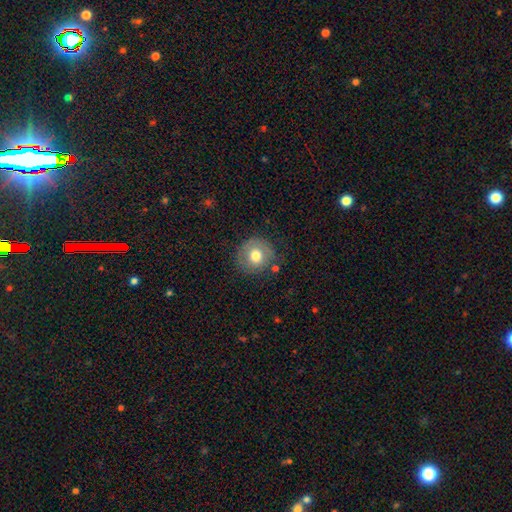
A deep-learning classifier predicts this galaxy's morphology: This is likely a smooth galaxy (68%). How rounded: clearly round (89%). Merging: likely none (72%).